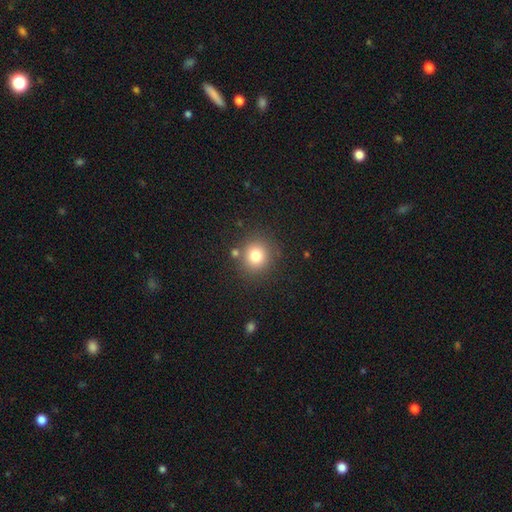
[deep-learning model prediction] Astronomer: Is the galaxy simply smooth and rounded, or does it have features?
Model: smooth — 79%.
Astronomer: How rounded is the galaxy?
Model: round — 89%.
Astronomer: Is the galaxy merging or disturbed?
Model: none — 81%.